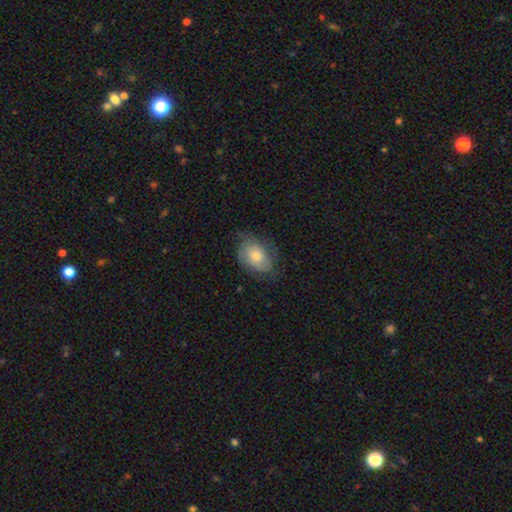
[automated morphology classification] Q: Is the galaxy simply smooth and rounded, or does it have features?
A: smooth — 62%.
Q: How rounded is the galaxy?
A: in between — 78%.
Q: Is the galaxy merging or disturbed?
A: none — 61%.